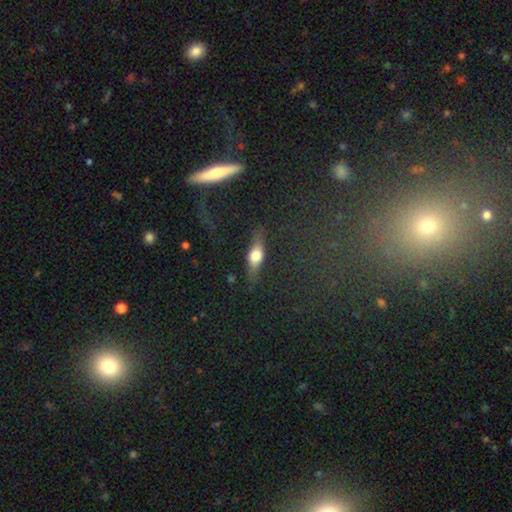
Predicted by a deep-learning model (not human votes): Overall: smooth (50%; featured or disk 42%). Merging: none (81%).